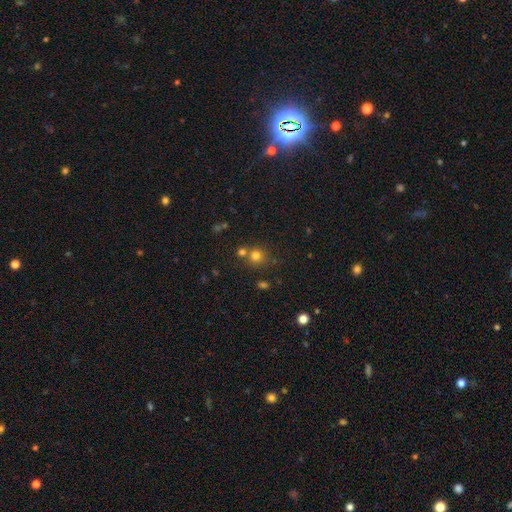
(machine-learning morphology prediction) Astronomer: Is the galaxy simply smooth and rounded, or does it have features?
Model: smooth — 75%.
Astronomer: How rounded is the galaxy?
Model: round — 89%.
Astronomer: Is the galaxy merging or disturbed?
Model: none — 63%.